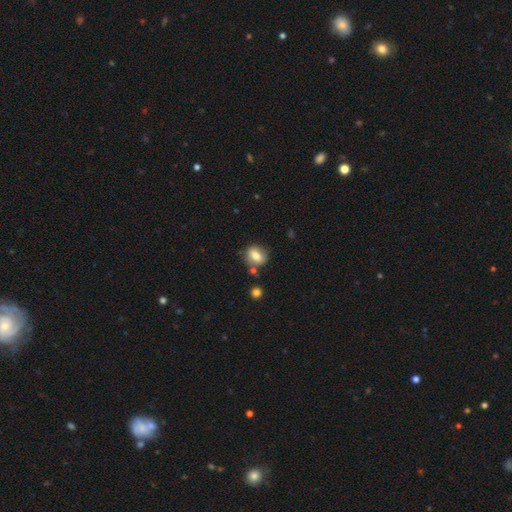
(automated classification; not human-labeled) This appears to be a smooth galaxy with no disk features (75%) that is in between round and cigar-shaped (60%). Merging: none (67%).